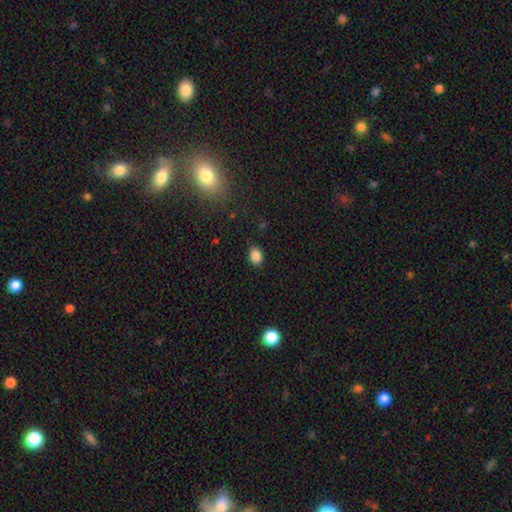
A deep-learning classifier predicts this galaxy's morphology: smooth-or-featured: smooth: 86% | star or artifact: 10% | featured or disk: 4%
  how-rounded: in between: 73% | round: 26% | cigar-shaped: 1%
  merging: none: 84% | minor disturbance: 12% | major disturbance: 3% | merger: 1%